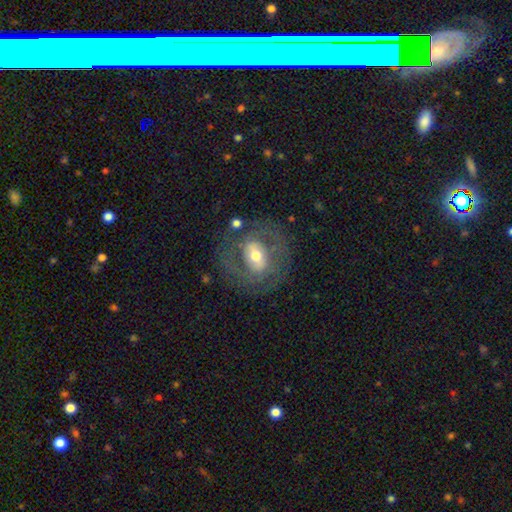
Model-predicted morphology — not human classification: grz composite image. It shows a featured or disk galaxy (69%) with a weak bar (41%), spiral arms (62%) and a moderate central bulge (68%). Merging: none (69%).